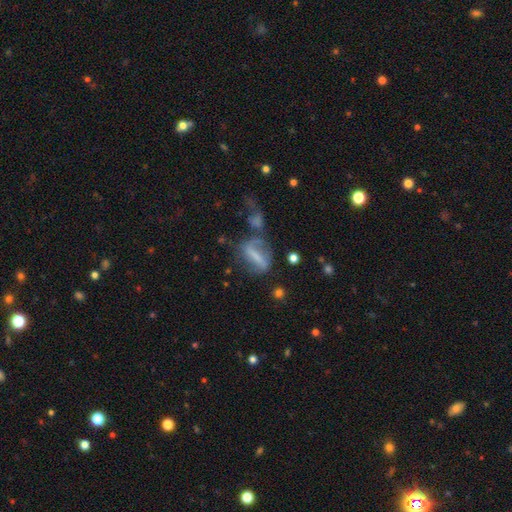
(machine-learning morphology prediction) This appears to be a featured or disk galaxy (51%). Merging: none (35%).